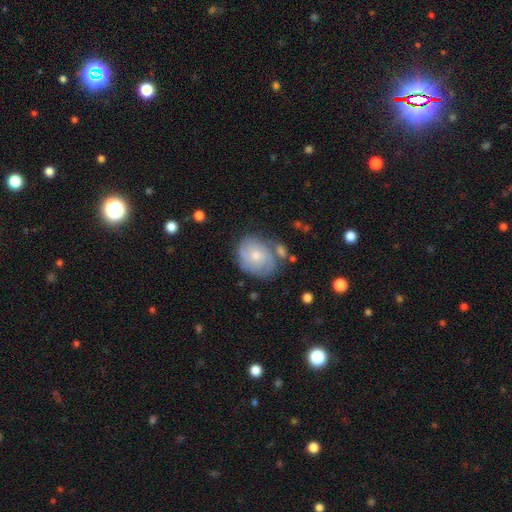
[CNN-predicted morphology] Q: Smooth or featured?
A: featured or disk (61%); runner-up: smooth (32%)
Q: Edge-on disk?
A: no (97%); runner-up: yes (3%)
Q: Bar?
A: no (77%); runner-up: weak (20%)
Q: Spiral arms?
A: yes (85%); runner-up: no (15%)
Q: Spiral winding?
A: tight (60%); runner-up: medium (30%)
Q: Spiral arm count?
A: can't tell (40%); runner-up: 2 (23%)
Q: Bulge size?
A: moderate (47%); runner-up: small (46%)
Q: Merging?
A: none (64%); runner-up: minor disturbance (20%)